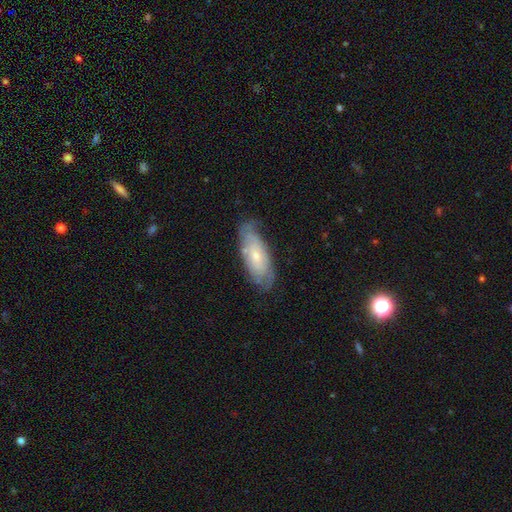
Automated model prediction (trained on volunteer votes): Smooth or featured: featured or disk — 57% (smooth — 36%)
Edge-on disk: no — 84% (yes — 16%)
Merging: none — 70% (minor disturbance — 22%)